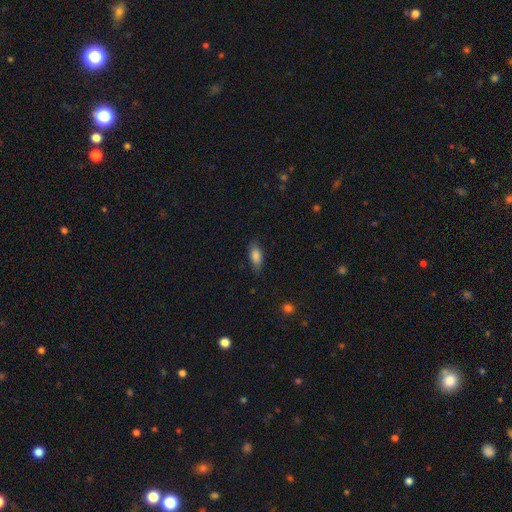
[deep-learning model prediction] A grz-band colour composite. It shows a smooth galaxy with no disk features (83%) that is in between round and cigar-shaped (81%). Merging: none (78%).